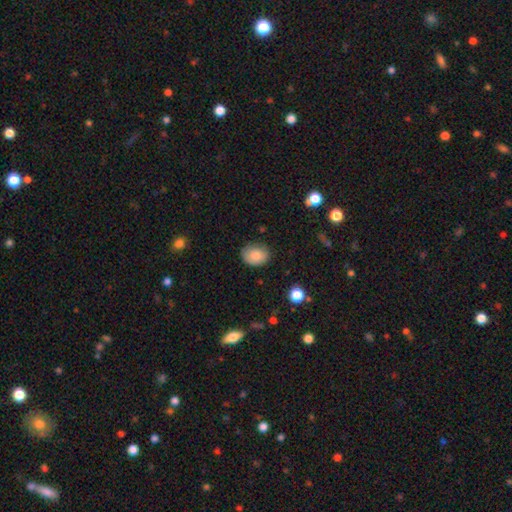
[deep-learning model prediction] Smooth or featured? smooth (82%)
How rounded? in between (61%)
Merging? none (78%)